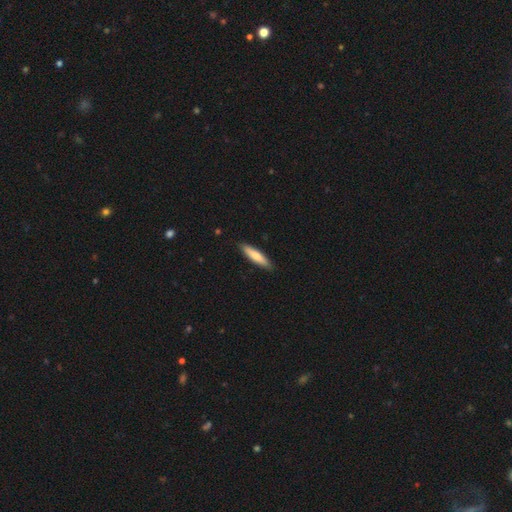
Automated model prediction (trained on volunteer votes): Q: Smooth or featured?
A: smooth (76%); runner-up: featured or disk (19%)
Q: How rounded?
A: cigar-shaped (79%); runner-up: in between (20%)
Q: Merging?
A: none (88%); runner-up: minor disturbance (9%)